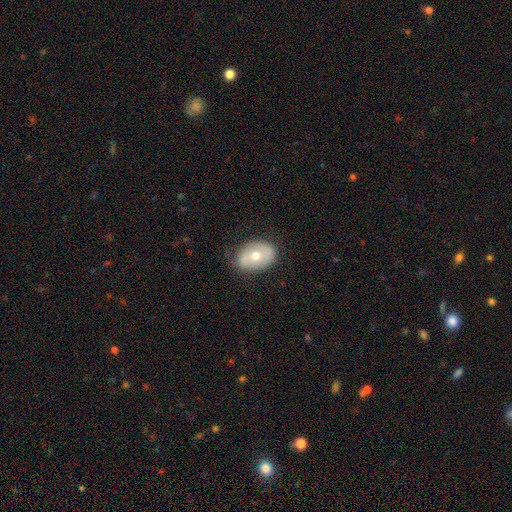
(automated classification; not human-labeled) Overall: smooth (57%; featured or disk 36%). How rounded: in between (78%). Merging: none (70%).